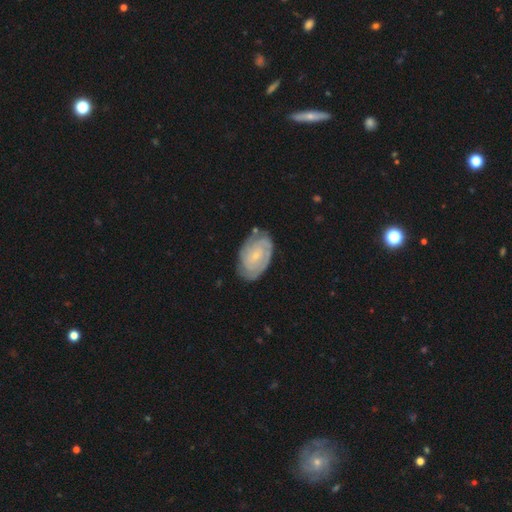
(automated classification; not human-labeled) Smooth or featured? featured or disk (80%)
Edge-on disk? no (97%)
Bar? no (61%)
Spiral arms? yes (94%)
Spiral winding? tight (71%)
Spiral arm count? 2 (42%)
Bulge size? small (80%)
Merging? none (74%)